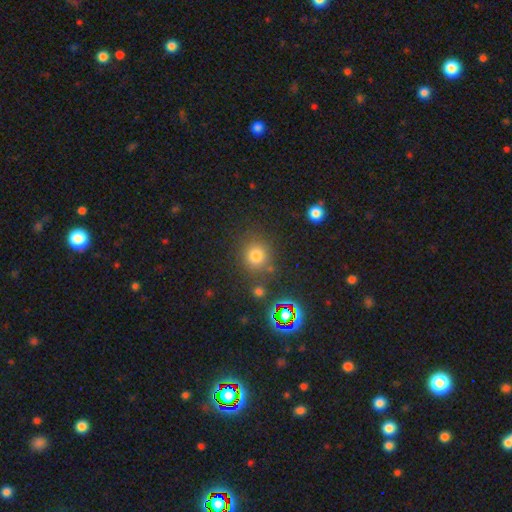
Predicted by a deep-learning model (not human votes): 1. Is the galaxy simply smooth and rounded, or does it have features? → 72% smooth, 21% star or artifact, 7% featured or disk.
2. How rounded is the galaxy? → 88% round, 11% in between, 1% cigar-shaped.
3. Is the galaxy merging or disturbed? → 80% none, 10% minor disturbance, 6% merger, 5% major disturbance.